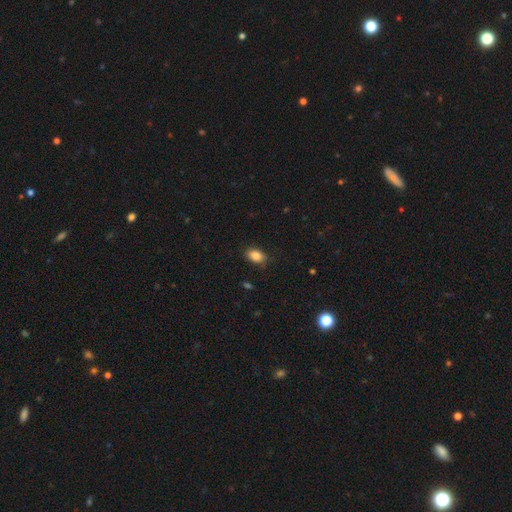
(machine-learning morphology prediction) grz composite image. It shows a smooth galaxy with no disk features (86%) that is in between round and cigar-shaped (85%). Merging: none (85%).